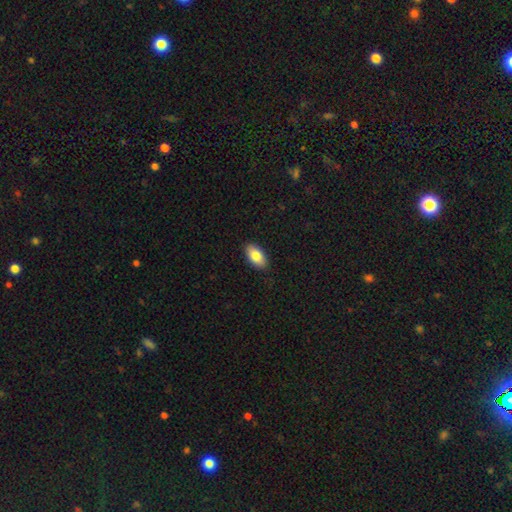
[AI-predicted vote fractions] A smooth galaxy with no disk features (83%) that is in between round and cigar-shaped (94%). Merging: none (90%).